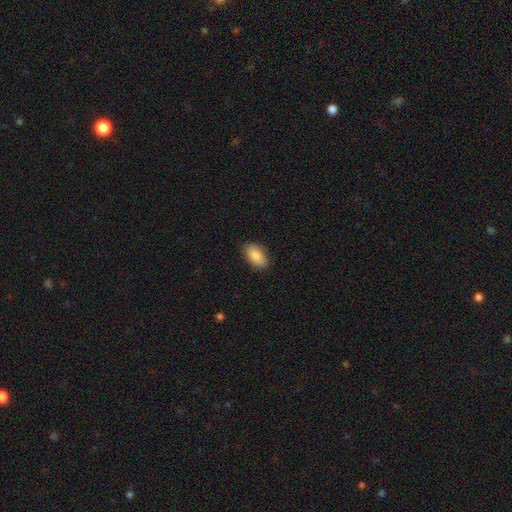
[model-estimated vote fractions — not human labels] A smooth galaxy with no disk features (88%) that is in between round and cigar-shaped (94%).

Vote fractions:
- Smooth or featured? smooth: 88% / star or artifact: 6% / featured or disk: 6%
- How rounded? in between: 94% / round: 5% / cigar-shaped: 2%
- Merging? none: 86% / minor disturbance: 11% / major disturbance: 2% / merger: 1%